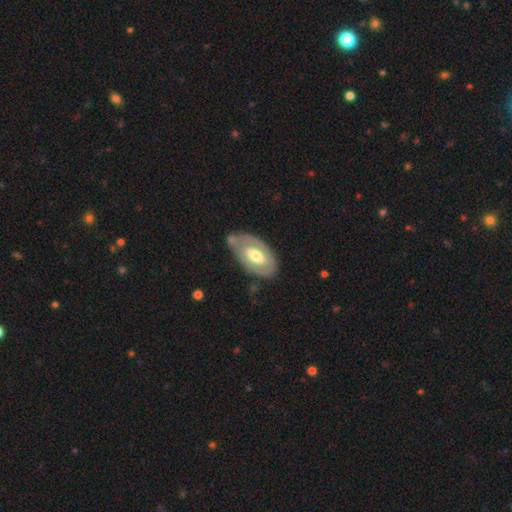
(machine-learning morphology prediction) Smooth or featured? Predicted: featured or disk (p=0.58). Edge-on disk? Predicted: no (p=0.89). Bar? Predicted: no (p=0.54). Spiral arms? Predicted: no (p=0.67). Bulge size? Predicted: moderate (p=0.64). Merging? Predicted: none (p=0.60).